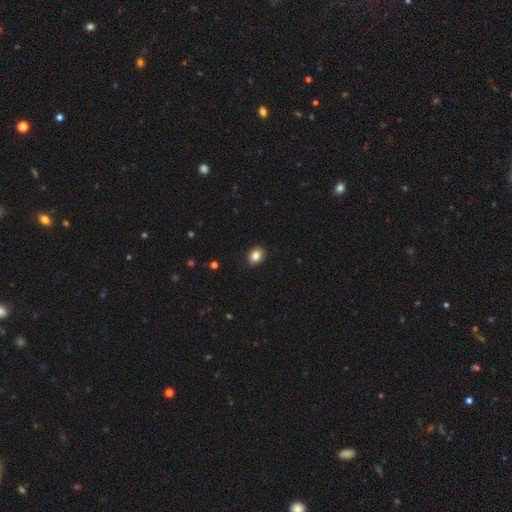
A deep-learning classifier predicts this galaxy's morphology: A smooth galaxy with no disk features (86%) that is in between round and cigar-shaped (50%). Merging: none (90%).